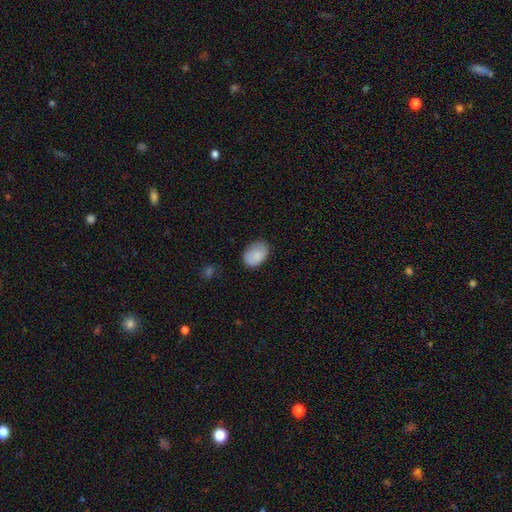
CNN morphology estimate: This is clearly a smooth galaxy (83%). How rounded: clearly in between (85%). Merging: likely none (72%).